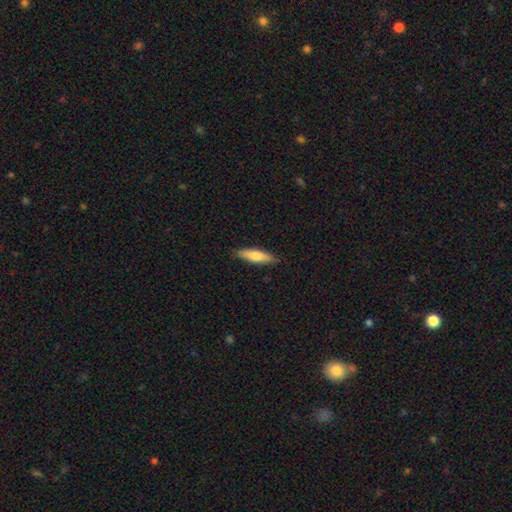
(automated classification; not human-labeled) Smooth or featured? Predicted: smooth (p=0.73). How rounded? Predicted: cigar-shaped (p=0.65). Merging? Predicted: none (p=0.87).